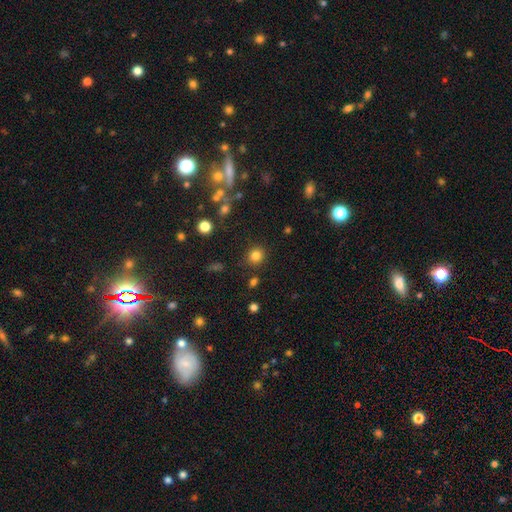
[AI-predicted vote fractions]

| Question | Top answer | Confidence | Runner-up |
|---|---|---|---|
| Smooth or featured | smooth | 81% | star or artifact (13%) |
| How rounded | round | 87% | in between (12%) |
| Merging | none | 86% | minor disturbance (8%) |